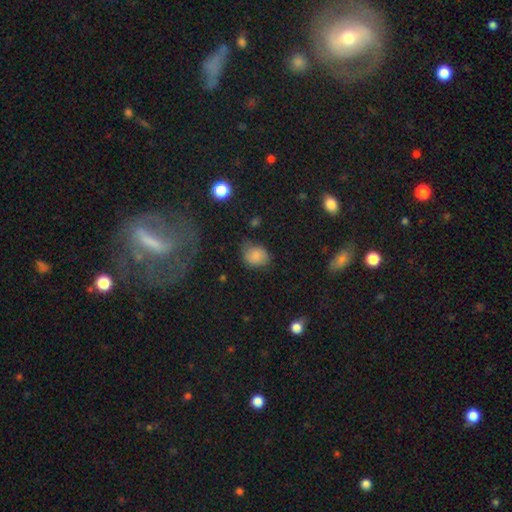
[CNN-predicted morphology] Smooth or featured?
  - smooth: 80% *
  - star or artifact: 10%
  - featured or disk: 9%
How rounded?
  - in between: 51% *
  - round: 48%
  - cigar-shaped: 1%
Merging?
  - none: 57% *
  - minor disturbance: 31%
  - major disturbance: 9%
  - merger: 3%